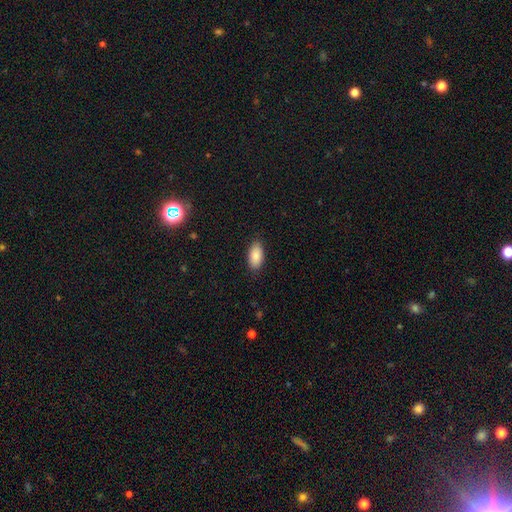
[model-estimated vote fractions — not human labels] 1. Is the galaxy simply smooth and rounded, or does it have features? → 88% smooth, 7% star or artifact, 5% featured or disk.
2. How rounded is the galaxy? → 93% in between, 4% cigar-shaped, 3% round.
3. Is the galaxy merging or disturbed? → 87% none, 10% minor disturbance, 2% major disturbance, 1% merger.